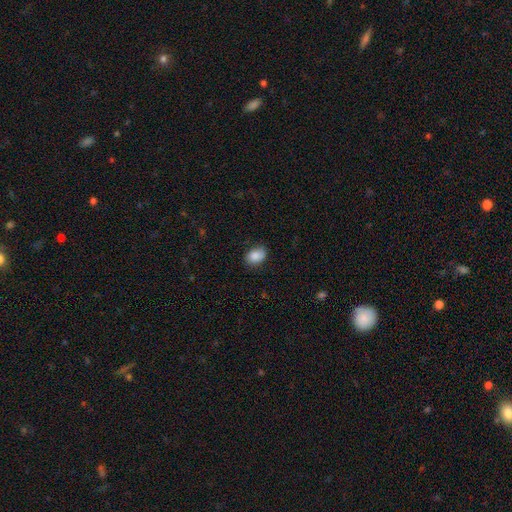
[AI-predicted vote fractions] A smooth galaxy with no disk features (87%) that is in between round and cigar-shaped (78%).

Vote fractions:
- Smooth or featured? smooth: 87% / star or artifact: 8% / featured or disk: 5%
- How rounded? in between: 78% / round: 21% / cigar-shaped: 1%
- Merging? none: 79% / minor disturbance: 16% / major disturbance: 3% / merger: 1%